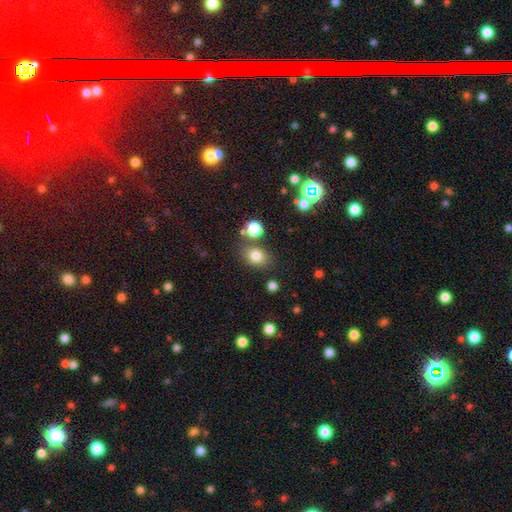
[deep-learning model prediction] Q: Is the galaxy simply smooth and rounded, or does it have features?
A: smooth — 78%.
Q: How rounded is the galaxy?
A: in between — 55%.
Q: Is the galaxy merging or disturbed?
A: none — 74%.